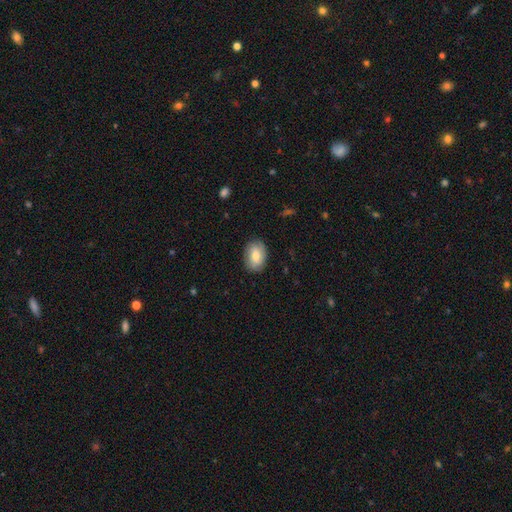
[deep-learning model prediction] This appears to be a smooth galaxy with no disk features (71%) that is in between round and cigar-shaped (76%). Merging: none (85%).